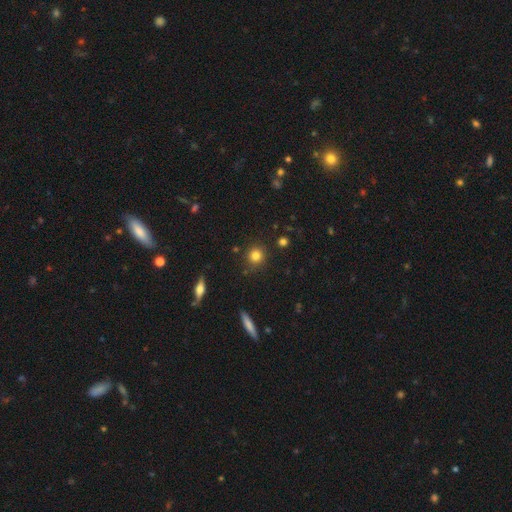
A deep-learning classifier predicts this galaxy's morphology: Smooth or featured? smooth (81%)
How rounded? round (91%)
Merging? none (87%)